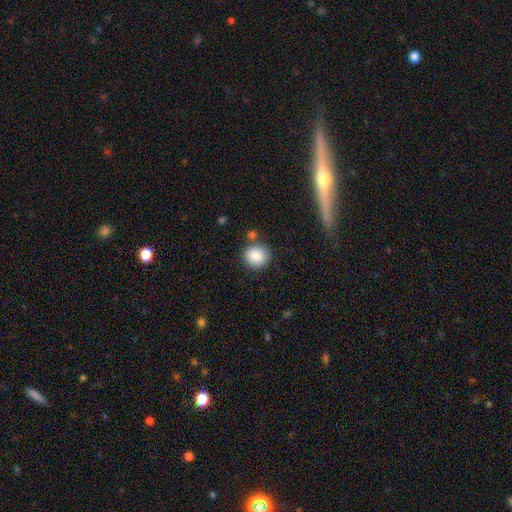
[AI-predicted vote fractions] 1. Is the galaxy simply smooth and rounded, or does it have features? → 87% smooth, 8% star or artifact, 4% featured or disk.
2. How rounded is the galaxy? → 90% round, 9% in between, 1% cigar-shaped.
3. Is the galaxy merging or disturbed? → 80% none, 9% minor disturbance, 8% merger, 3% major disturbance.